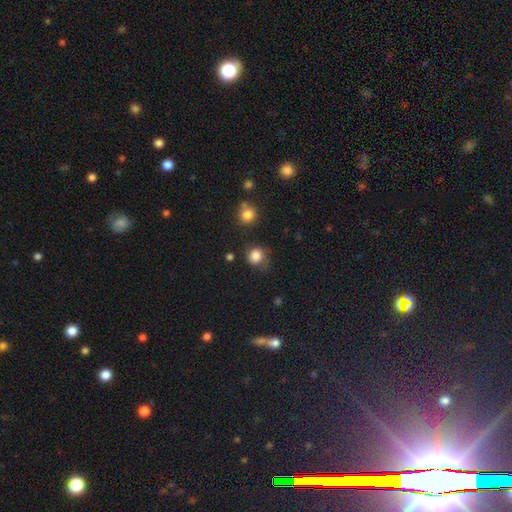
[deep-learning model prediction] Q: Smooth or featured?
A: smooth (81%); runner-up: star or artifact (10%)
Q: How rounded?
A: round (80%); runner-up: in between (19%)
Q: Merging?
A: none (55%); runner-up: minor disturbance (27%)